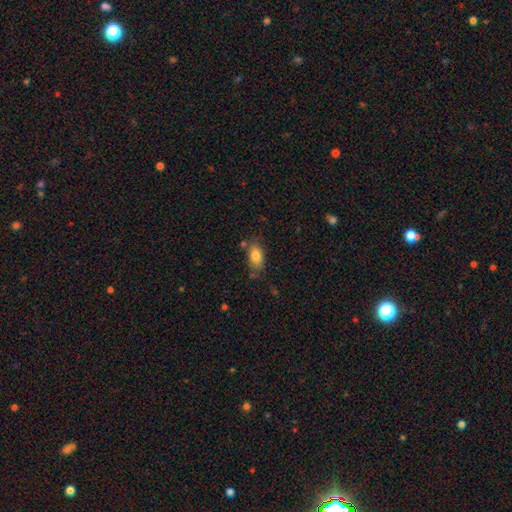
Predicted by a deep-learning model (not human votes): smooth 81%, featured or disk 11%, star or artifact 8%. Down the decision tree: how rounded — in between (89%); merging — none (70%).